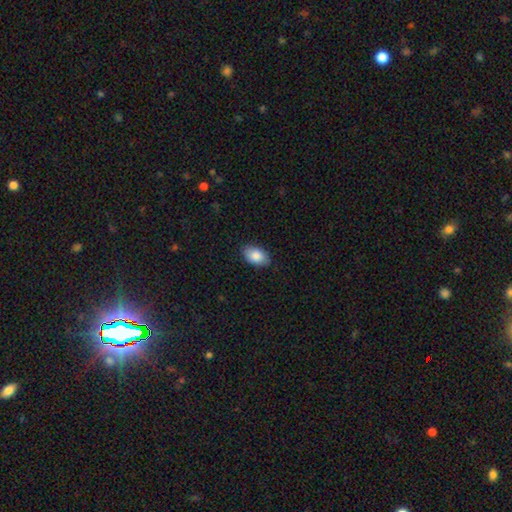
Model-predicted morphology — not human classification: Smooth or featured? smooth (87%)
How rounded? in between (92%)
Merging? none (87%)